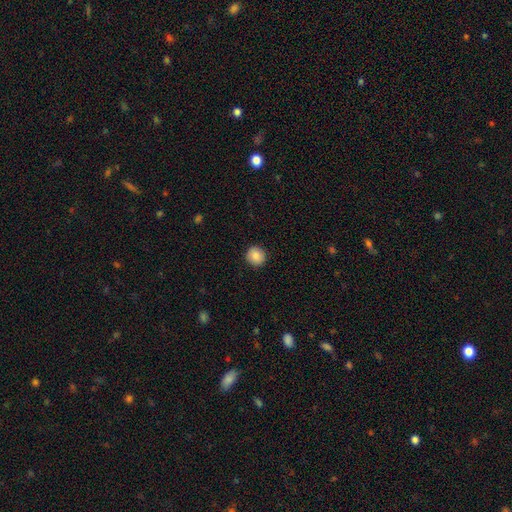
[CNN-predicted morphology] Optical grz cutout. It shows a smooth galaxy with no disk features (85%) that is round (92%). Merging: none (92%).